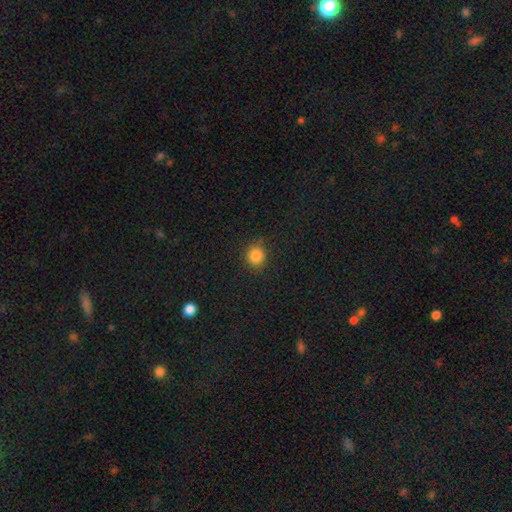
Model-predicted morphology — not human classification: A smooth galaxy with no disk features (85%) that is round (85%).

Vote fractions:
- Smooth or featured? smooth: 85% / star or artifact: 11% / featured or disk: 4%
- How rounded? round: 85% / in between: 14% / cigar-shaped: 1%
- Merging? none: 86% / minor disturbance: 10% / major disturbance: 3% / merger: 1%